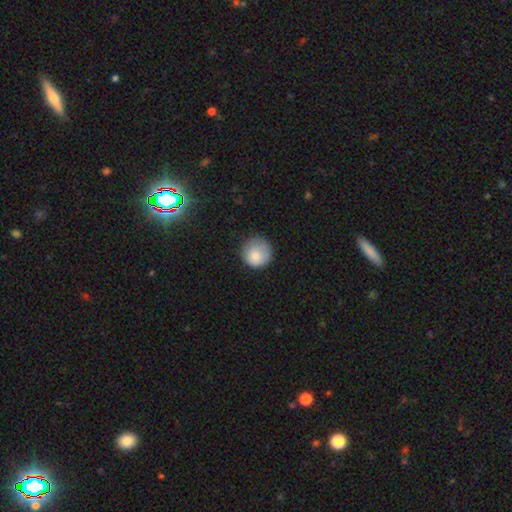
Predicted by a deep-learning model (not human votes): A smooth galaxy with no disk features (83%) that is round (92%). Merging: none (73%).